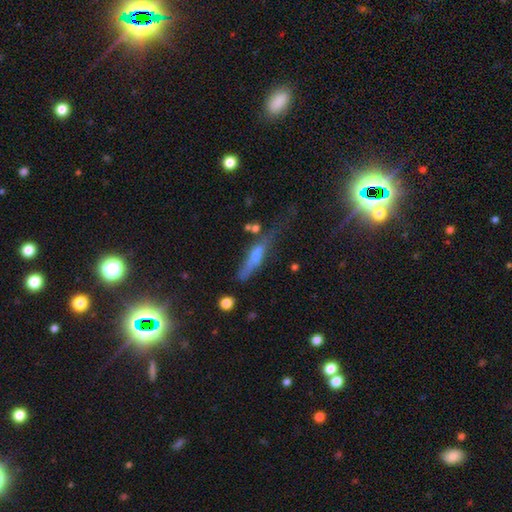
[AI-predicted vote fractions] A featured or disk galaxy (49%).

Vote fractions:
- Smooth or featured? featured or disk: 49% / smooth: 38% / star or artifact: 13%
- Merging? none: 39% / minor disturbance: 27% / major disturbance: 25% / merger: 9%